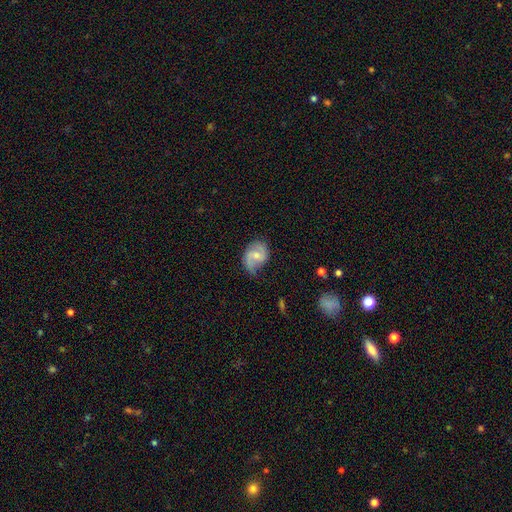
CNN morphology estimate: A featured or disk galaxy (72%) with a weak bar (50%), 2 (84%) medium (45%) spiral arms (92%) and a moderate central bulge (47%). Merging: none (64%).